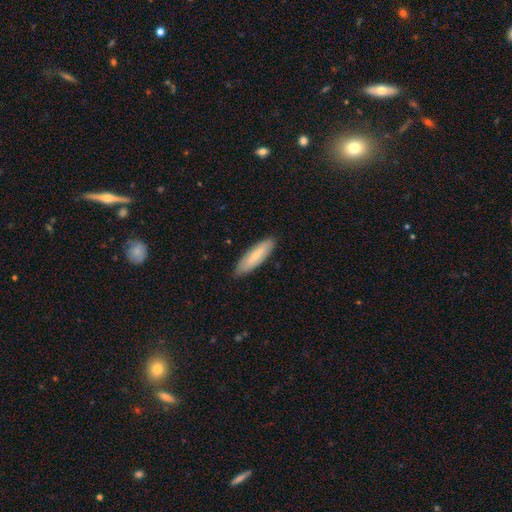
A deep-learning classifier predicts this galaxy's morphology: type=smooth (71%); roundness=cigar-shaped (60%); merging=none (87%).